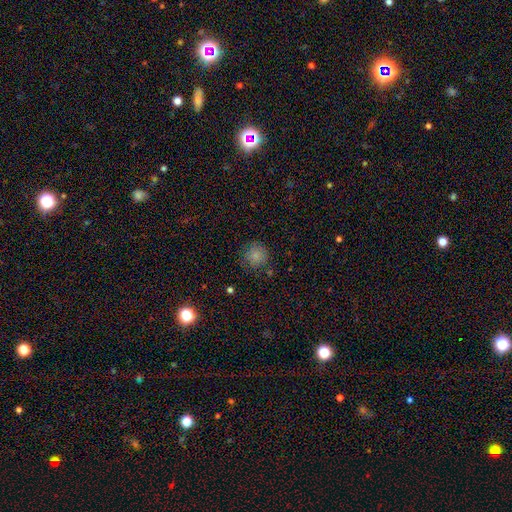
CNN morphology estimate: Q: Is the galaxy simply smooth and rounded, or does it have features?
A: smooth — 83%.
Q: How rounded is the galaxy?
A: round — 93%.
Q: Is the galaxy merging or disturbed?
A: none — 82%.